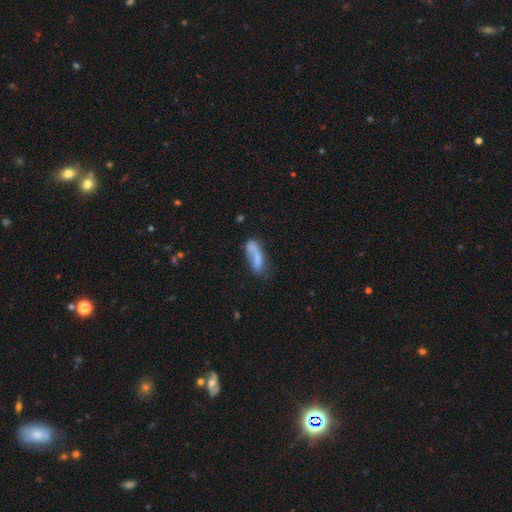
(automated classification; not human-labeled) smooth_or_featured: smooth (p=0.68) [alt: featured or disk p=0.23]
how_rounded: in between (p=0.49) [tied with: cigar-shaped p=0.49]
merging: none (p=0.43) [alt: minor disturbance p=0.25]